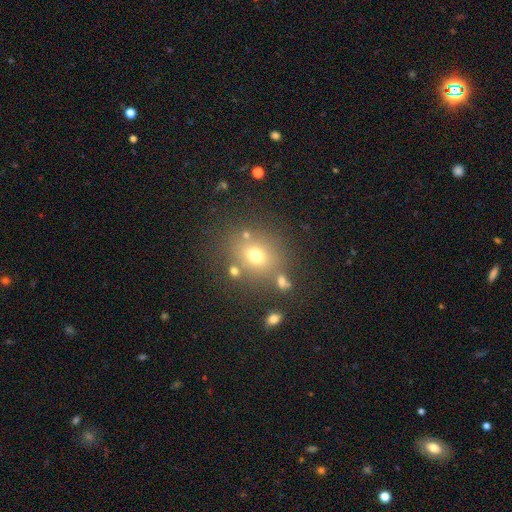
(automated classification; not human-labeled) Q: Smooth or featured?
A: smooth (67%); runner-up: star or artifact (19%)
Q: How rounded?
A: round (72%); runner-up: in between (27%)
Q: Merging?
A: none (75%); runner-up: minor disturbance (11%)